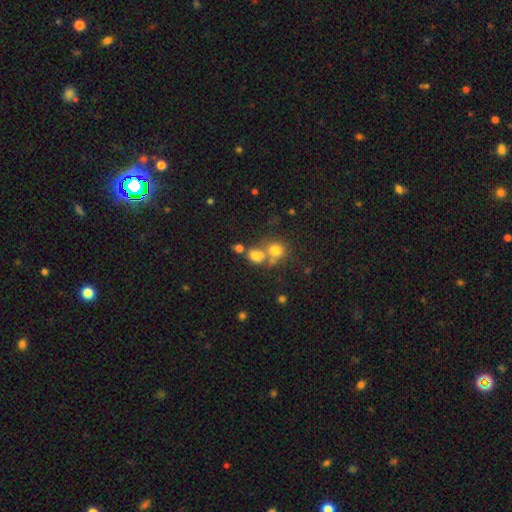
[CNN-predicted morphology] Smooth or featured: smooth — 71% (star or artifact — 16%)
How rounded: round — 59% (in between — 40%)
Merging: merger — 46% (none — 40%)